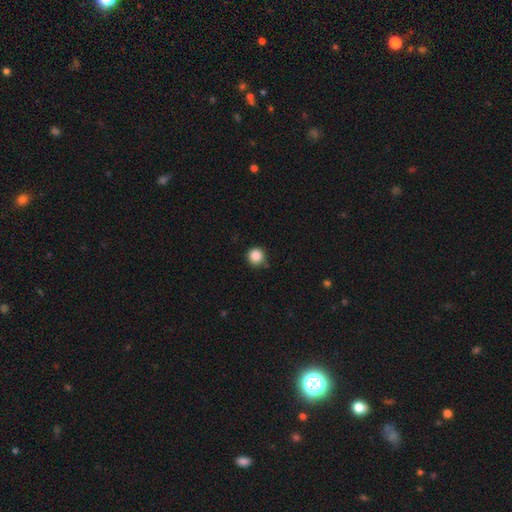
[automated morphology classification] Q: Smooth or featured?
A: smooth (86%); runner-up: star or artifact (11%)
Q: How rounded?
A: round (95%); runner-up: in between (4%)
Q: Merging?
A: none (83%); runner-up: minor disturbance (12%)